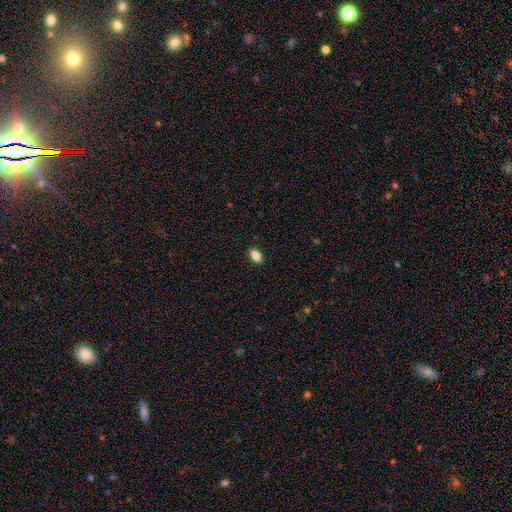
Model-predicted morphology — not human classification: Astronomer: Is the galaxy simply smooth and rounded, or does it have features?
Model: smooth — 87%.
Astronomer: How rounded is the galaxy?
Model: in between — 90%.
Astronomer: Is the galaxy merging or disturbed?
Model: none — 89%.